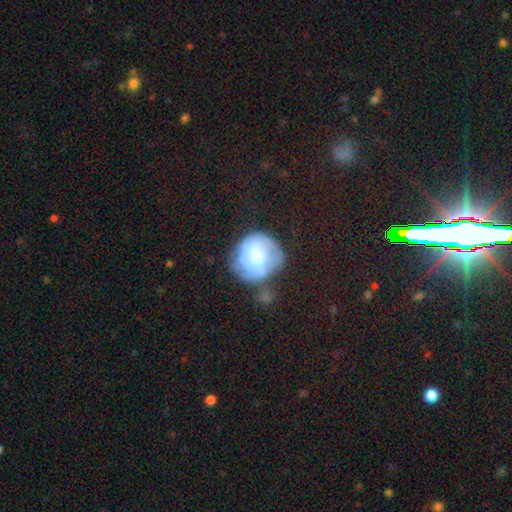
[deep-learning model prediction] The model was most divided on "smooth or featured": smooth: 47%, featured or disk: 43%, star or artifact: 10%. Remaining: merging — none (42%).